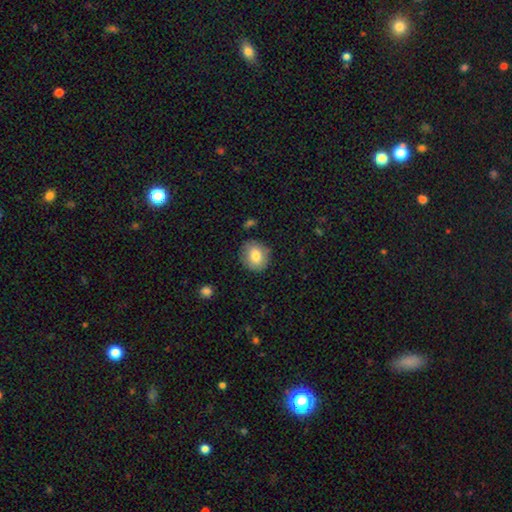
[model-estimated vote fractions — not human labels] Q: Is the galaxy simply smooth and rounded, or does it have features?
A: smooth — 79%.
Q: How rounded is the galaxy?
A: round — 74%.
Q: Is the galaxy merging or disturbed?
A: none — 82%.